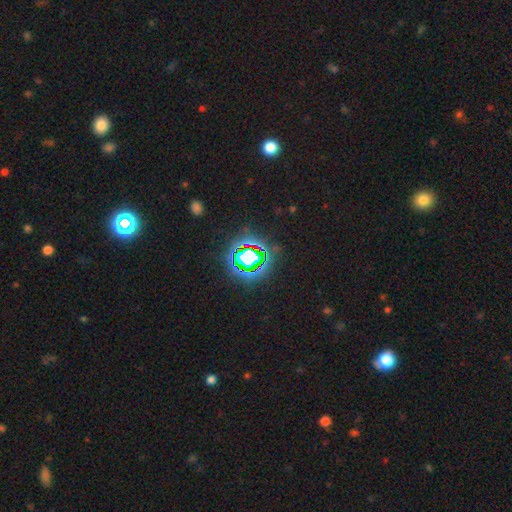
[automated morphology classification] Smooth or featured: star or artifact — 80% (smooth — 13%)